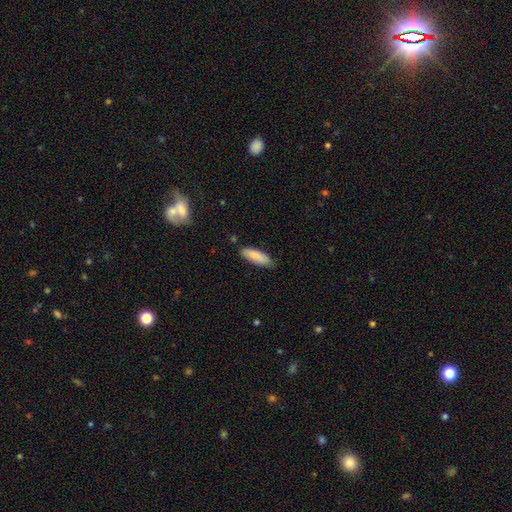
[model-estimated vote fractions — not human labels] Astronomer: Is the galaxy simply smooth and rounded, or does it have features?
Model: smooth — 80%.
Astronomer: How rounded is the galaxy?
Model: in between — 58% (runner-up: cigar-shaped, 41%).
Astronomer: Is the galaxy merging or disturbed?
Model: none — 79%.